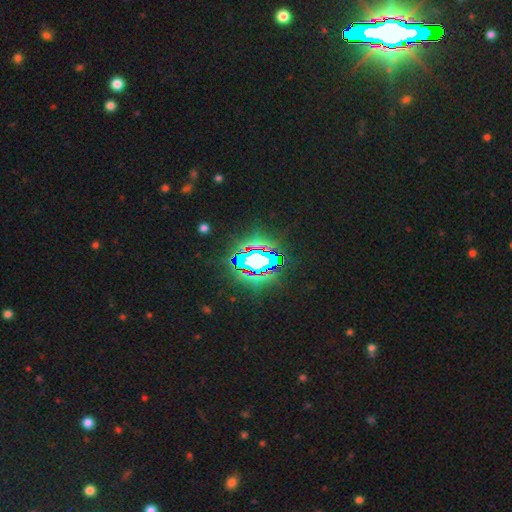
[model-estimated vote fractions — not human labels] Smooth or featured? Predicted: star or artifact (p=0.84).